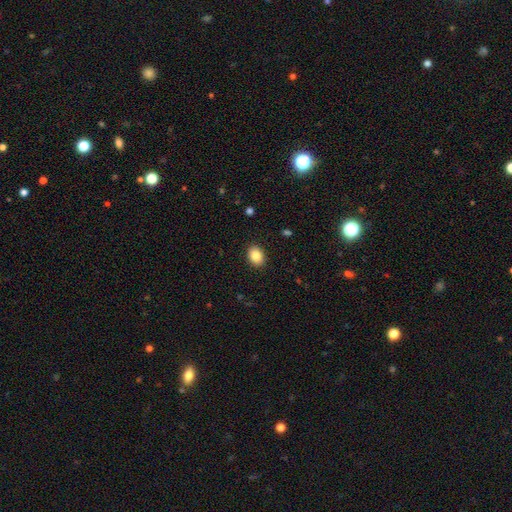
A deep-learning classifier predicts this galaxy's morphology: This is clearly a smooth galaxy (86%). How rounded: likely in between (70%). Merging: clearly none (90%).